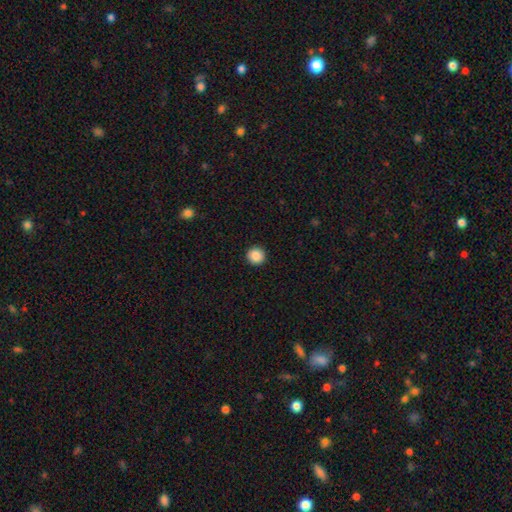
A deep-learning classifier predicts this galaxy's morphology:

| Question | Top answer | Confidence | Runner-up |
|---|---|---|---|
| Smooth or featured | smooth | 88% | star or artifact (9%) |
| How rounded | round | 95% | in between (4%) |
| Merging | none | 93% | minor disturbance (4%) |